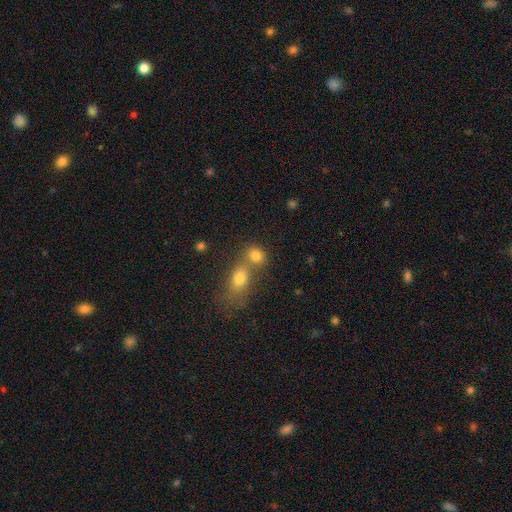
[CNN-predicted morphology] smooth-or-featured: smooth: 80% | star or artifact: 12% | featured or disk: 8%
  how-rounded: round: 62% | in between: 36% | cigar-shaped: 2%
  merging: merger: 47% | none: 42% | minor disturbance: 8% | major disturbance: 4%